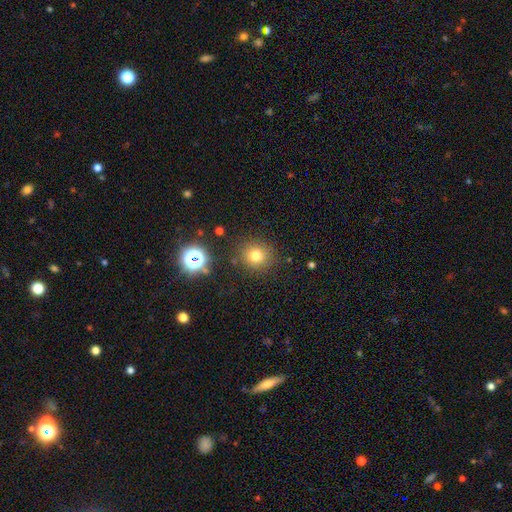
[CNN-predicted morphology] This appears to be a smooth galaxy with no disk features (74%) that is round (88%). Merging: none (85%).